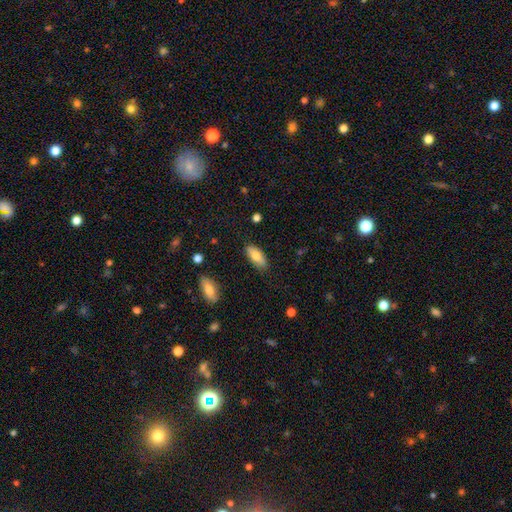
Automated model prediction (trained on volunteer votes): This appears to be a smooth galaxy with no disk features (78%) that is in between round and cigar-shaped (84%). Merging: none (84%).